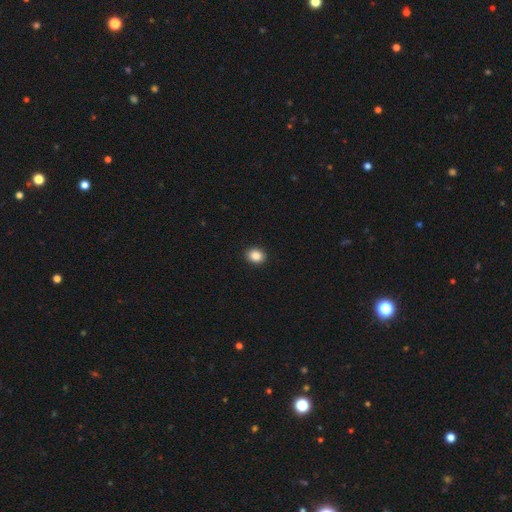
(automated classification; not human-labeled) A smooth galaxy with no disk features (88%) that is round (60%).

Vote fractions:
- Smooth or featured? smooth: 88% / star or artifact: 9% / featured or disk: 3%
- How rounded? round: 60% / in between: 39% / cigar-shaped: 1%
- Merging? none: 92% / minor disturbance: 5% / major disturbance: 2% / merger: 1%